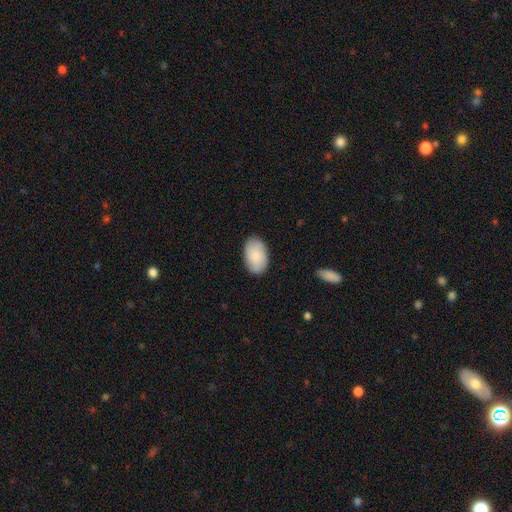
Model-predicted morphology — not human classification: smooth 83%, featured or disk 11%, star or artifact 6%. Down the decision tree: how rounded — in between (92%); merging — none (86%).